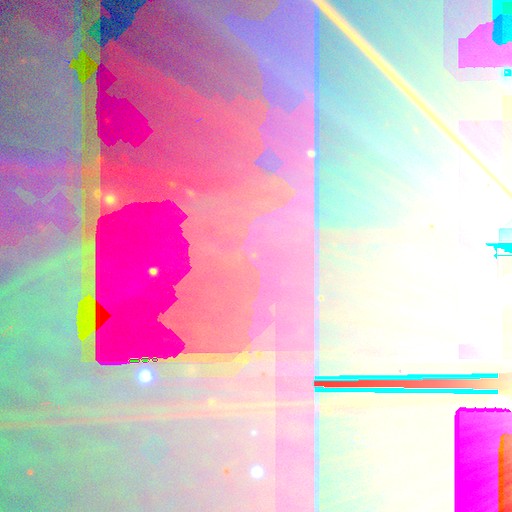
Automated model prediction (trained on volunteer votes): Smooth or featured? Predicted: star or artifact (p=0.87).